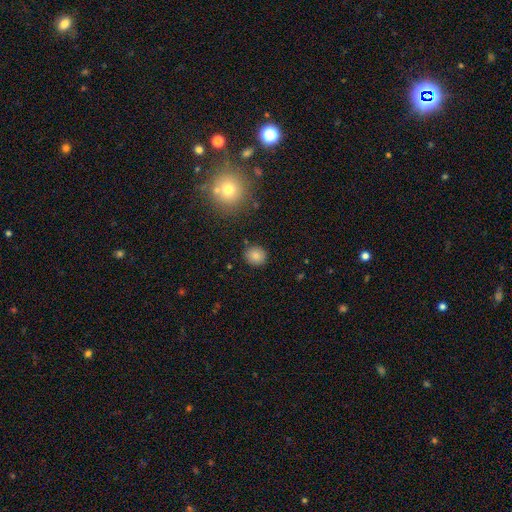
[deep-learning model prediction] Smooth or featured? smooth (82%)
How rounded? round (83%)
Merging? none (88%)